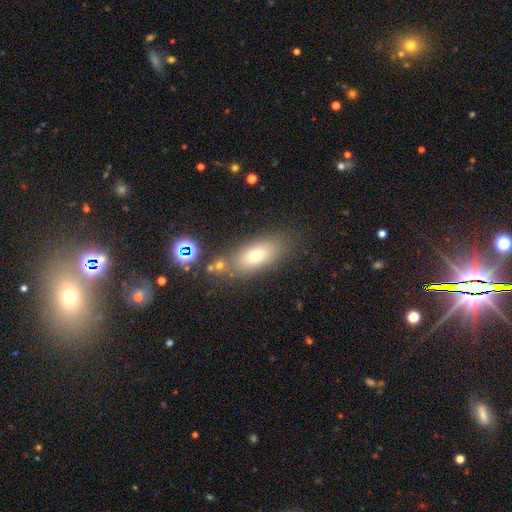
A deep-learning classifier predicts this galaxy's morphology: A smooth galaxy with no disk features (70%) that is in between round and cigar-shaped (81%). Merging: none (73%).